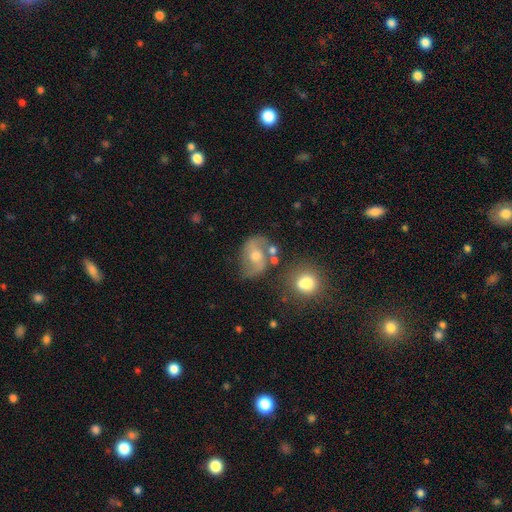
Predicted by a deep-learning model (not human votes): Smooth or featured: featured or disk — 67% (smooth — 25%)
Edge-on disk: no — 96% (yes — 4%)
Bar: no — 47% (weak — 40%)
Spiral arms: yes — 79% (no — 21%)
Spiral winding: medium — 44% (loose — 43%)
Spiral arm count: 2 — 88% (can't tell — 7%)
Bulge size: moderate — 67% (small — 17%)
Merging: none — 59% (minor disturbance — 20%)